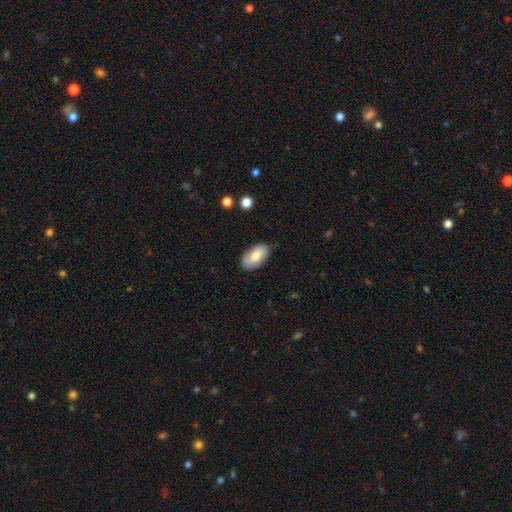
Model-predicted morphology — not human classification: type=smooth (76%); roundness=in between (94%); merging=none (80%).